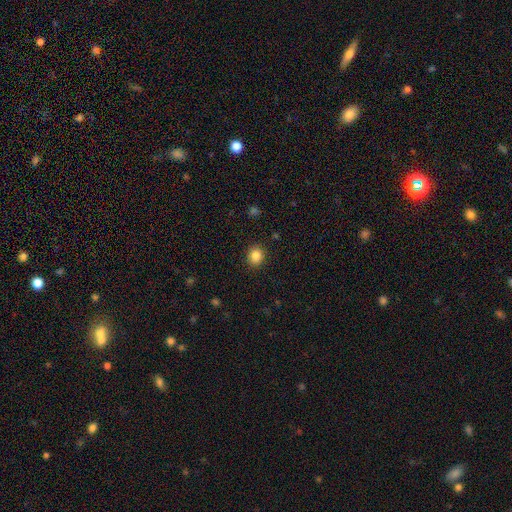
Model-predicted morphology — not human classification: Smooth or featured? Predicted: smooth (p=0.85). How rounded? Predicted: round (p=0.80). Merging? Predicted: none (p=0.90).